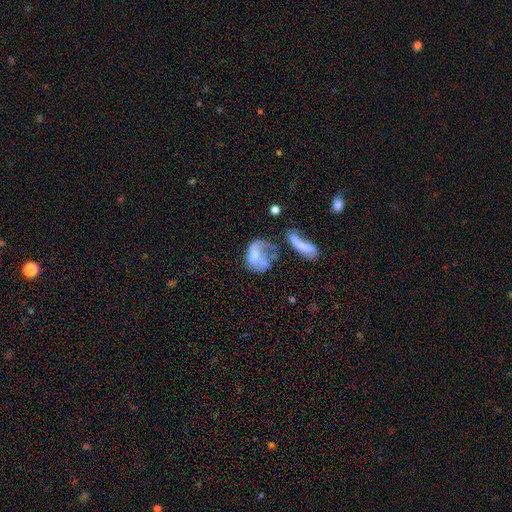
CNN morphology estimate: smooth 46%, featured or disk 44%, star or artifact 10%. Down the decision tree: merging — major disturbance (38%).